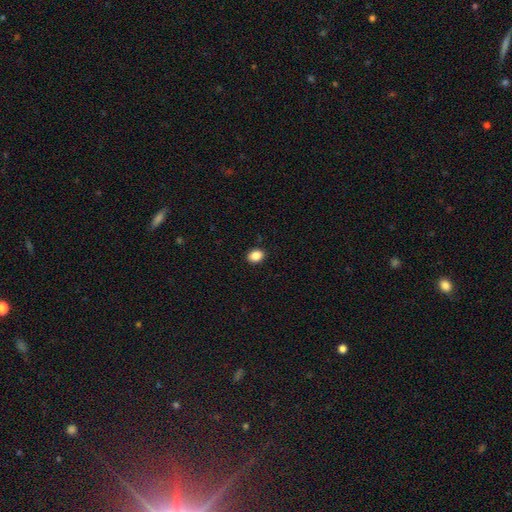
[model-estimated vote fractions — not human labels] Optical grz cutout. It shows a smooth galaxy with no disk features (87%) that is in between round and cigar-shaped (62%). Merging: none (91%).